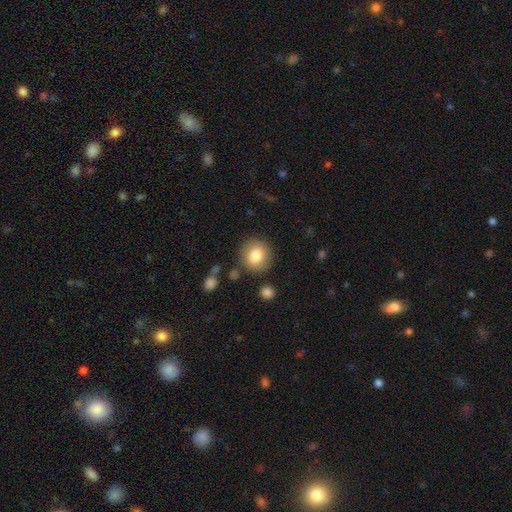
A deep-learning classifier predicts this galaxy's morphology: Overall: smooth (81%). How rounded: round (84%). Merging: none (84%).